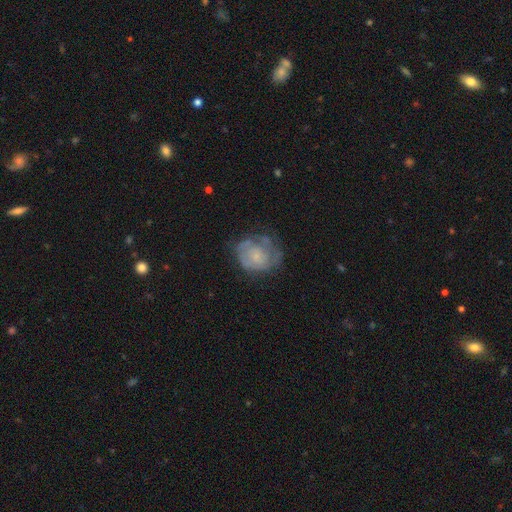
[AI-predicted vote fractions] smooth-or-featured: featured or disk: 62% | smooth: 30% | star or artifact: 8%
  disk-edge-on: no: 98% | yes: 2%
    bar: no: 80% | weak: 17% | strong: 3%
    has-spiral-arms: yes: 68% | no: 32%
    bulge-size: small: 64% | moderate: 18% | none: 15% | large: 2% | dominant: 1%
  merging: none: 56% | minor disturbance: 24% | major disturbance: 18% | merger: 2%